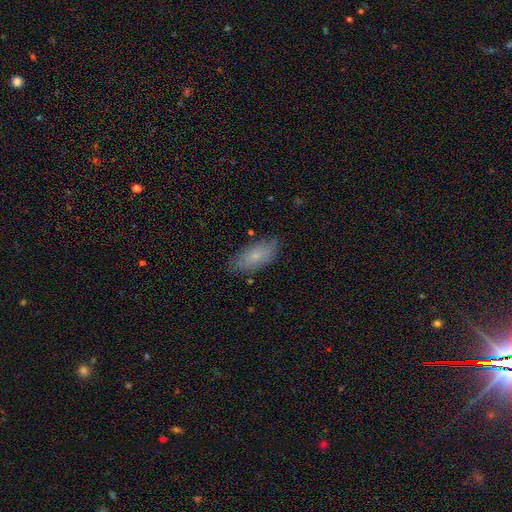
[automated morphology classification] Smooth or featured: smooth — 71% (featured or disk — 22%)
How rounded: in between — 84% (cigar-shaped — 14%)
Merging: none — 80% (minor disturbance — 16%)